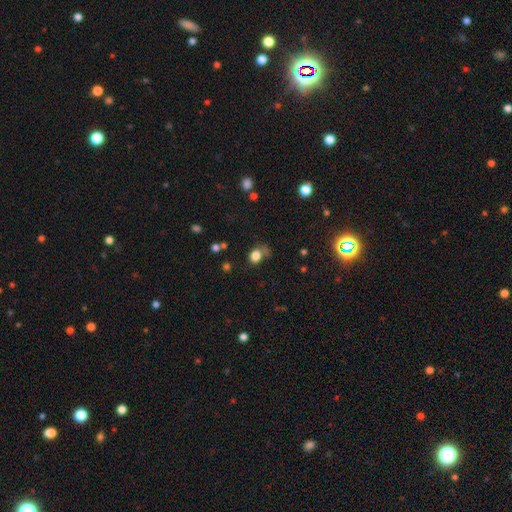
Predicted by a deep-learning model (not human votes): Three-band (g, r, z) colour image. It shows a smooth galaxy with no disk features (80%) that is round (61%). Merging: none (50%).